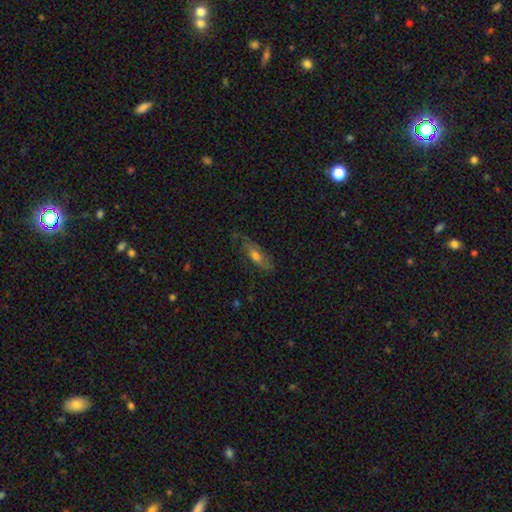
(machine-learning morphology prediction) A smooth galaxy with no disk features (51%) that is in between round and cigar-shaped (56%). Merging: none (65%).